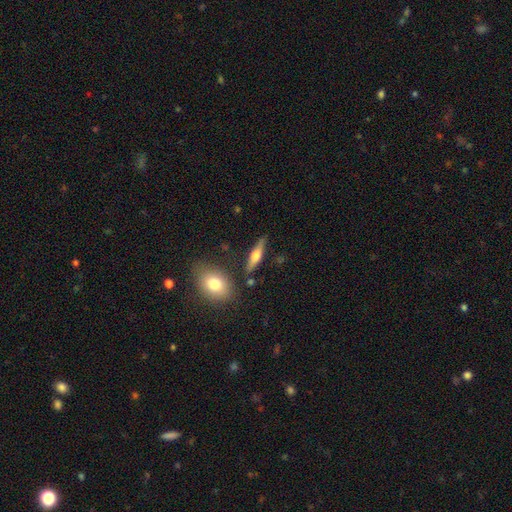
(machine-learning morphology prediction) This appears to be a featured or disk galaxy (56%) viewed edge-on (95%) with a rounded central bulge (91%). Merging: none (81%).